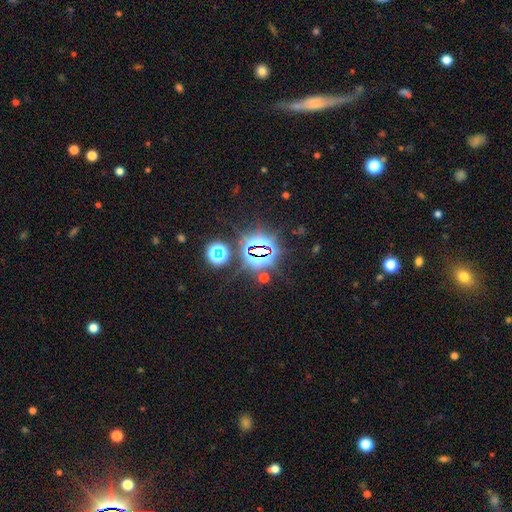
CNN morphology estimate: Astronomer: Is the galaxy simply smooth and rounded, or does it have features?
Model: star or artifact — 80%.